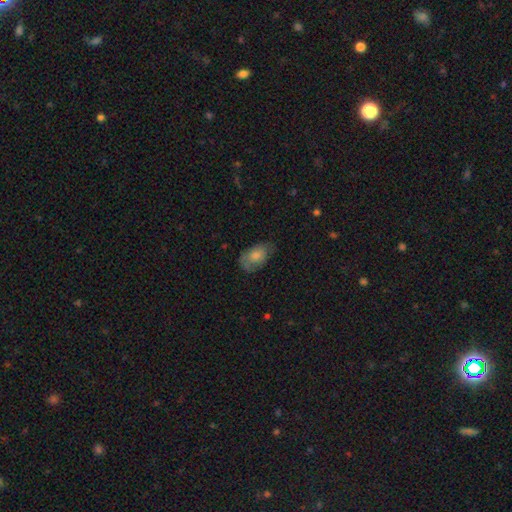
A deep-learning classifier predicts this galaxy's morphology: Smooth or featured? smooth (72%)
How rounded? in between (91%)
Merging? none (56%)